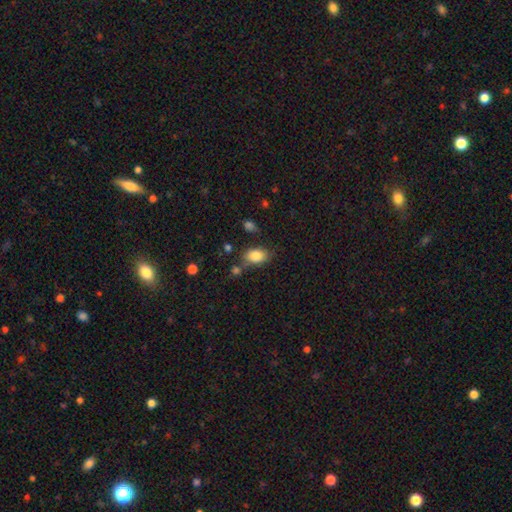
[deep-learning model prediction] Q: Smooth or featured?
A: smooth (83%); runner-up: star or artifact (8%)
Q: How rounded?
A: in between (86%); runner-up: round (12%)
Q: Merging?
A: none (68%); runner-up: minor disturbance (18%)